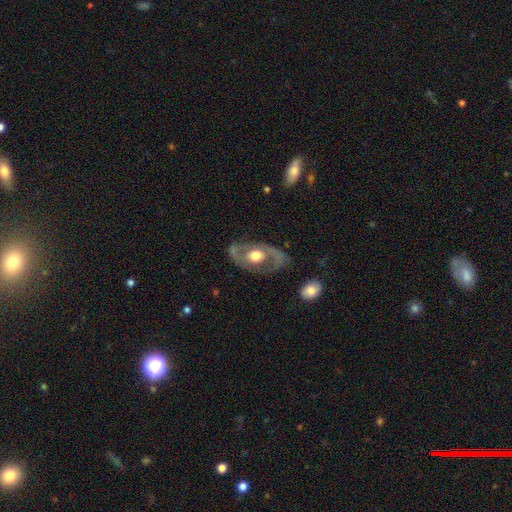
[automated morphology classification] A featured or disk galaxy (74%) with no bar (77%), spiral arms (55%) and a moderate central bulge (54%).

Vote fractions:
- Smooth or featured? featured or disk: 74% / smooth: 21% / star or artifact: 5%
- Edge-on disk? no: 92% / yes: 8%
- Bar? no: 77% / weak: 17% / strong: 5%
- Spiral arms? yes: 55% / no: 45%
- Bulge size? moderate: 54% / large: 39% / small: 4% / dominant: 3% / none: 1%
- Merging? none: 72% / minor disturbance: 16% / major disturbance: 10% / merger: 2%